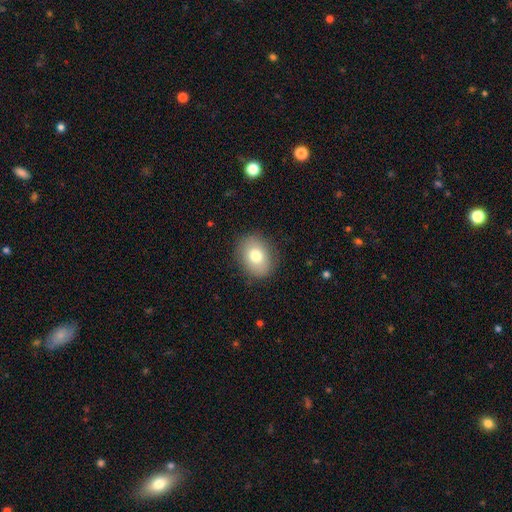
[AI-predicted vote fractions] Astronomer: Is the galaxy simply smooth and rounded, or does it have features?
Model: smooth — 77%.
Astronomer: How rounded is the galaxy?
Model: in between — 59% (runner-up: round, 40%).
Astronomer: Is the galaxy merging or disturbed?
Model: none — 86%.